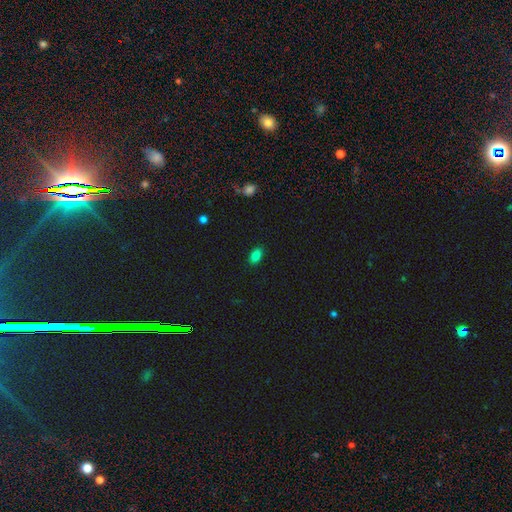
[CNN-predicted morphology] A smooth galaxy with no disk features (83%) that is in between round and cigar-shaped (90%). Merging: none (88%).